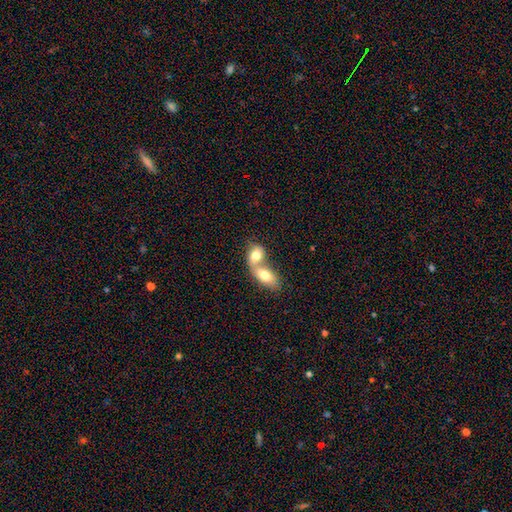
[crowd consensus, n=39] Volunteers were most divided on "how rounded": in between: 72%, round: 28%, cigar-shaped: 0%. More confident: smooth or featured — smooth (82%); merging — merger (73%).